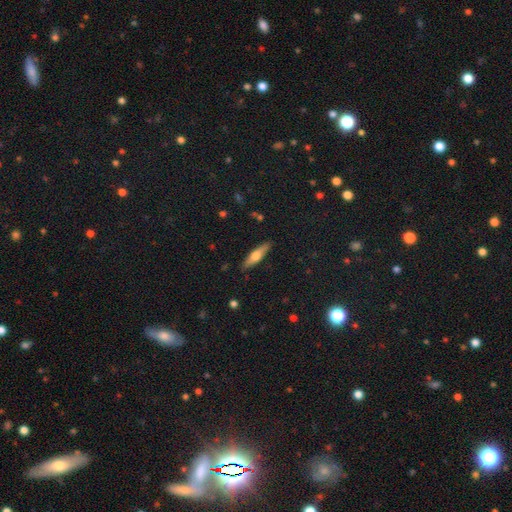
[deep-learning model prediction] Smooth or featured: smooth — 51% (featured or disk — 43%)
How rounded: cigar-shaped — 74% (in between — 24%)
Merging: none — 88% (minor disturbance — 9%)